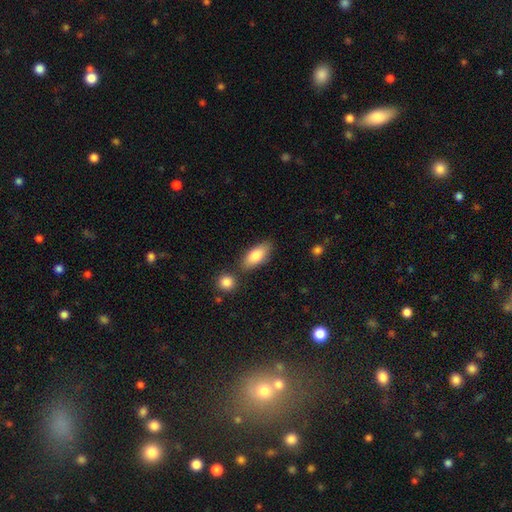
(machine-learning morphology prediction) This is clearly a smooth galaxy (81%). How rounded: clearly in between (84%). Merging: likely none (75%).